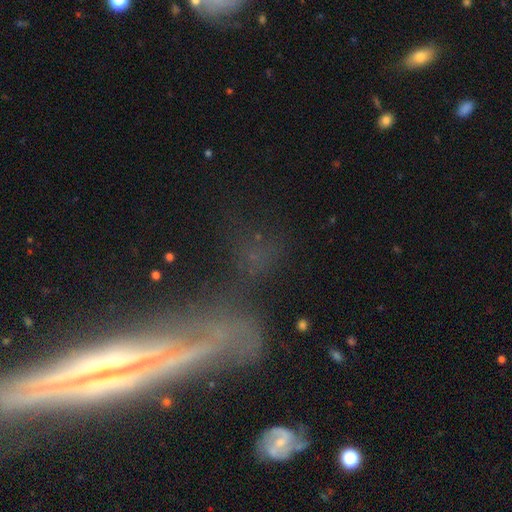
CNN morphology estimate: smooth-or-featured: featured or disk: 48% | star or artifact: 29% | smooth: 23%
  merging: none: 60% | minor disturbance: 17% | major disturbance: 15% | merger: 7%